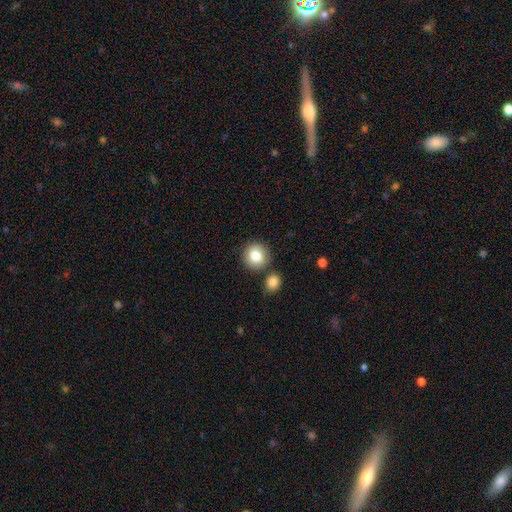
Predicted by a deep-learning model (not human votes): A smooth galaxy with no disk features (82%) that is round (90%). Merging: none (77%).